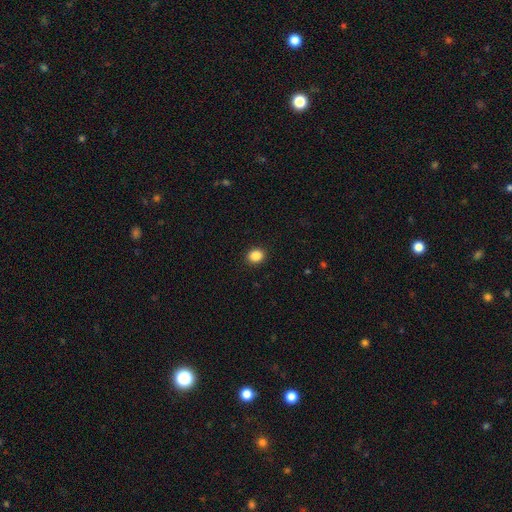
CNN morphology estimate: type=smooth (88%); roundness=round (60%); merging=none (91%).